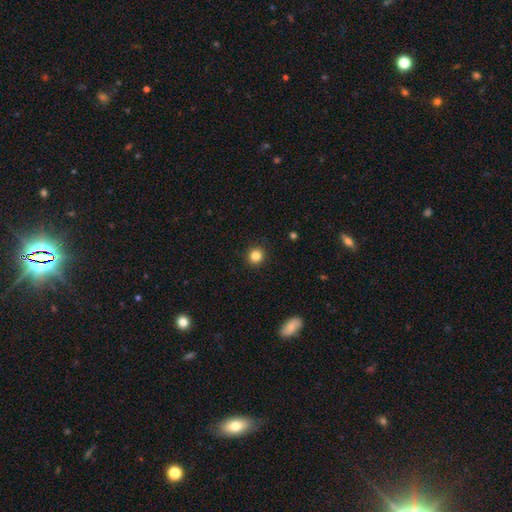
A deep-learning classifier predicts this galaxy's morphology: Smooth or featured? Predicted: smooth (p=0.84). How rounded? Predicted: round (p=0.93). Merging? Predicted: none (p=0.92).